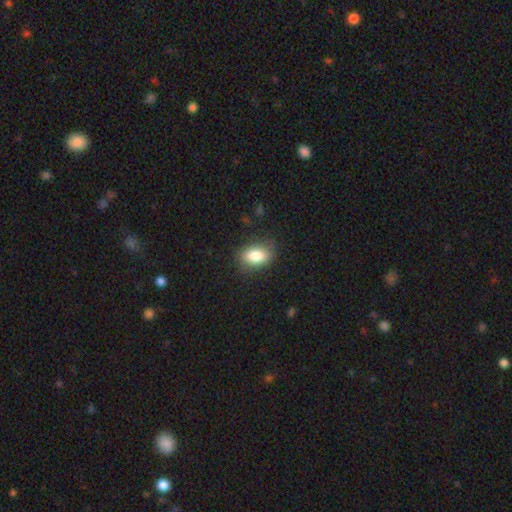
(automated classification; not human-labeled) Q: Smooth or featured?
A: smooth (83%); runner-up: featured or disk (9%)
Q: How rounded?
A: in between (85%); runner-up: round (13%)
Q: Merging?
A: none (80%); runner-up: minor disturbance (15%)